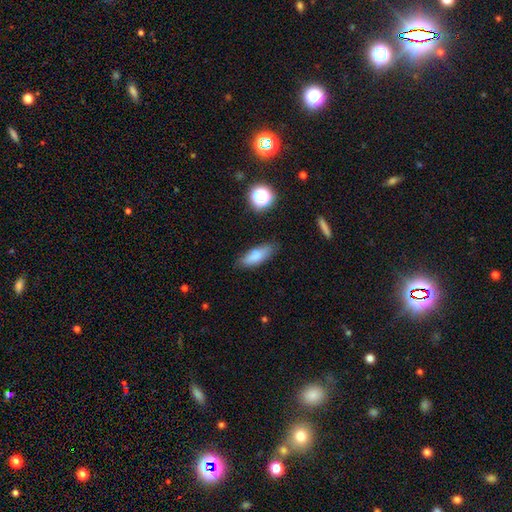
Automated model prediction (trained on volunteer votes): Morphology: type=smooth (79%); roundness=in between (60%); merging=none (76%).